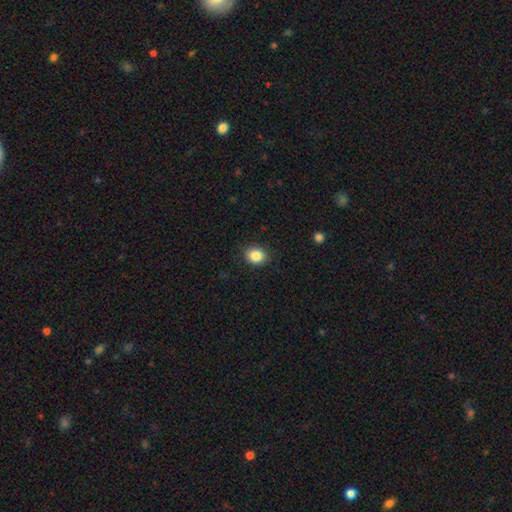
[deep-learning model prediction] Smooth or featured? smooth (87%)
How rounded? round (54%)
Merging? none (88%)